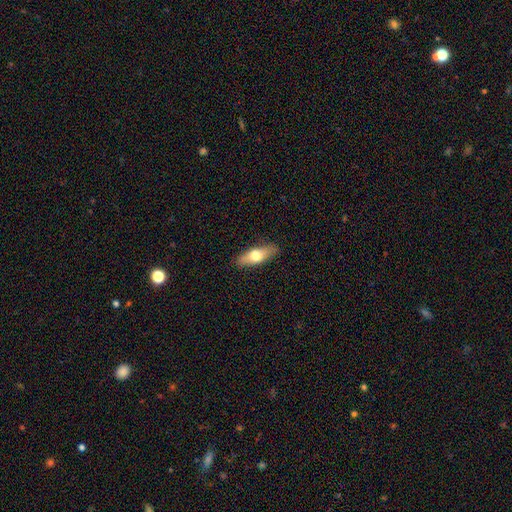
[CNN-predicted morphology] Smooth or featured? Predicted: smooth (p=0.59). How rounded? Predicted: in between (p=0.57). Merging? Predicted: none (p=0.87).